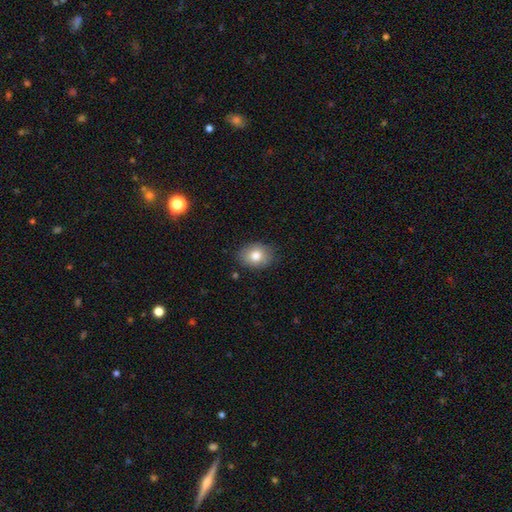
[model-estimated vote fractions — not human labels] smooth-or-featured: smooth: 80% | featured or disk: 11% | star or artifact: 9%
  how-rounded: in between: 62% | round: 37% | cigar-shaped: 1%
  merging: none: 83% | minor disturbance: 13% | major disturbance: 3% | merger: 1%